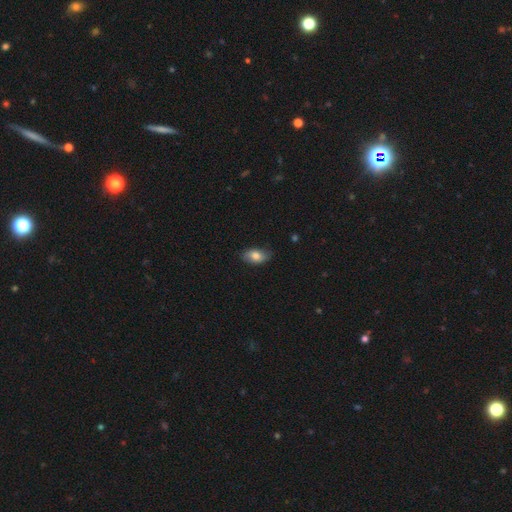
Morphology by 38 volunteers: smooth-or-featured: smooth: 74% | featured or disk: 18% | star or artifact: 8%
  how-rounded: in between: 93% | round: 7% | cigar-shaped: 0%
  merging: none: 86% | minor disturbance: 11% | major disturbance: 3% | merger: 0%